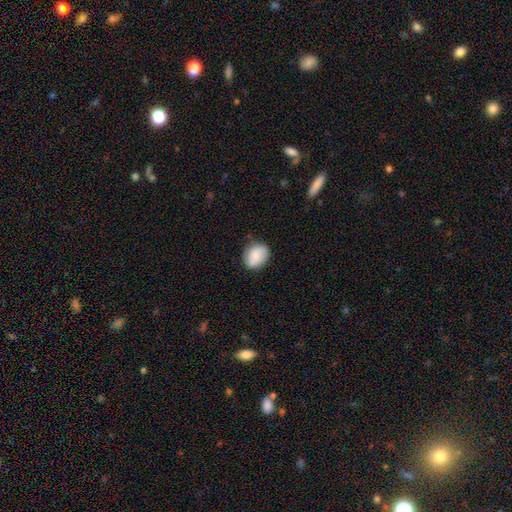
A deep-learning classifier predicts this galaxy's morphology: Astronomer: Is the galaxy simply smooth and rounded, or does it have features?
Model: smooth — 77%.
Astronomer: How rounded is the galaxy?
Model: in between — 51% (runner-up: round, 48%).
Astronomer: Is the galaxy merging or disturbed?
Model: none — 78%.